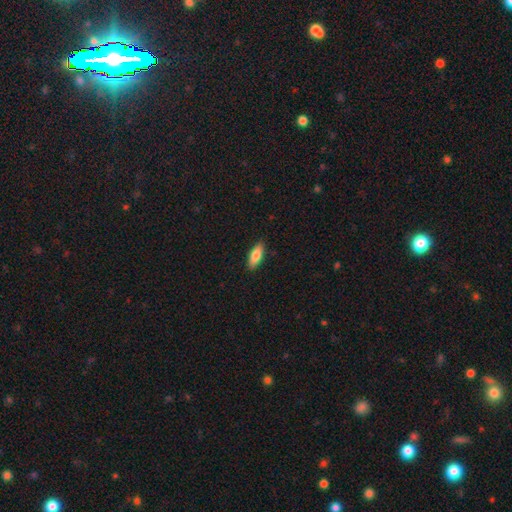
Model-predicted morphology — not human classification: Smooth or featured? smooth (79%)
How rounded? in between (70%)
Merging? none (88%)